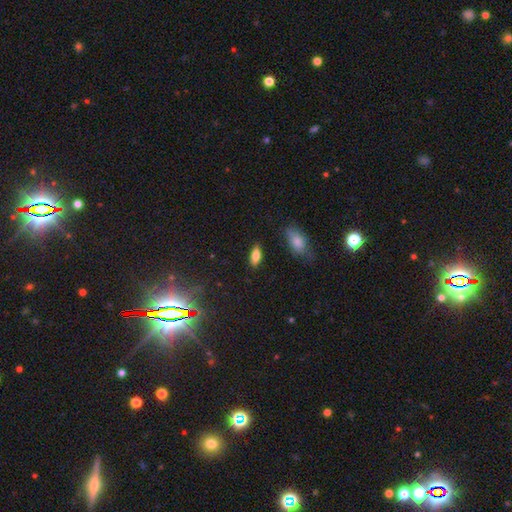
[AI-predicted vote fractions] Overall: smooth (73%). How rounded: in between (81%). Merging: none (85%).